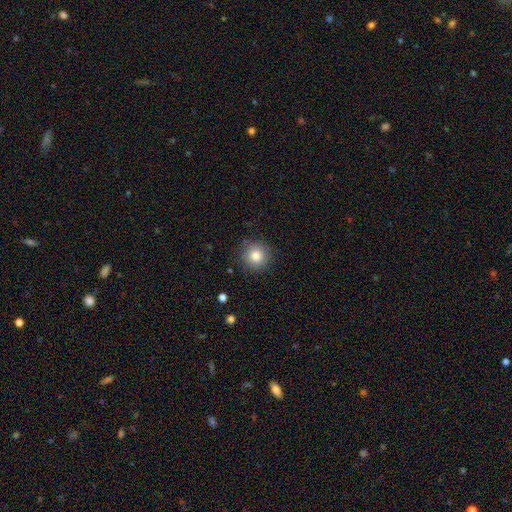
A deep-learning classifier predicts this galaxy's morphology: Smooth or featured? smooth (83%)
How rounded? round (94%)
Merging? none (87%)